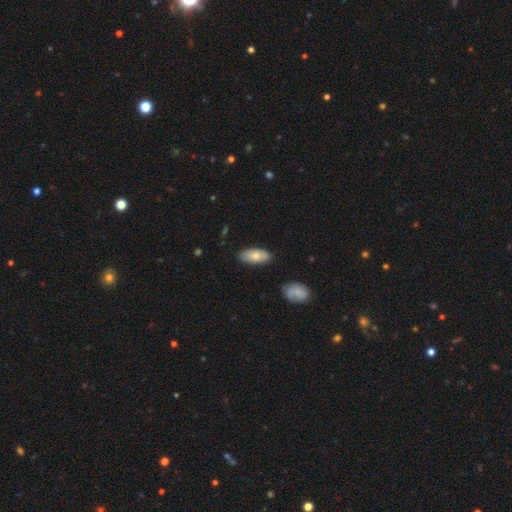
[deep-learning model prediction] This is likely a smooth galaxy (69%). How rounded: clearly in between (89%). Merging: clearly none (84%).